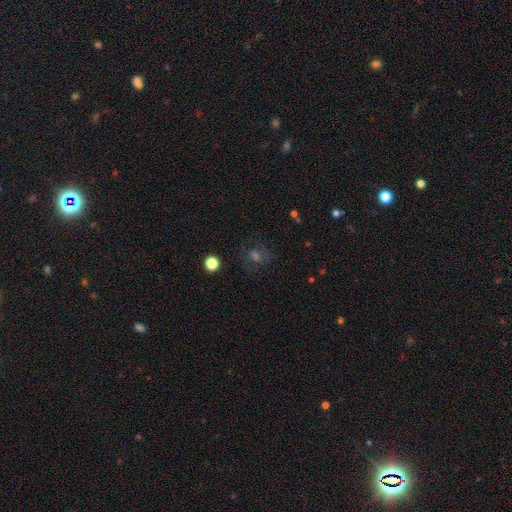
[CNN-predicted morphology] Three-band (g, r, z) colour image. It shows a smooth galaxy with no disk features (35%). Merging: none (71%).